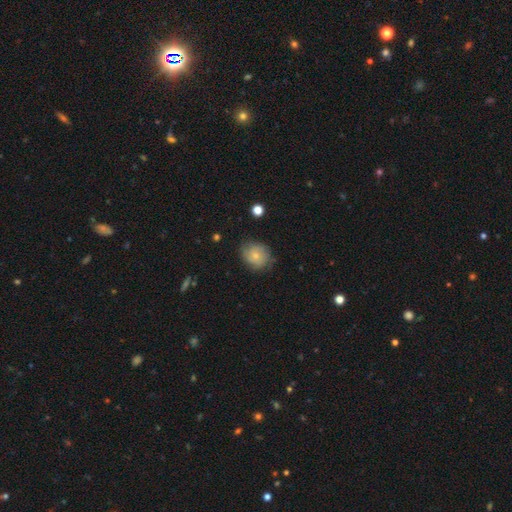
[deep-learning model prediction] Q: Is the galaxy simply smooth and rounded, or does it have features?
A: smooth — 68%.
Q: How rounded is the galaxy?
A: round — 69%.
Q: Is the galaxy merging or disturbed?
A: none — 70%.